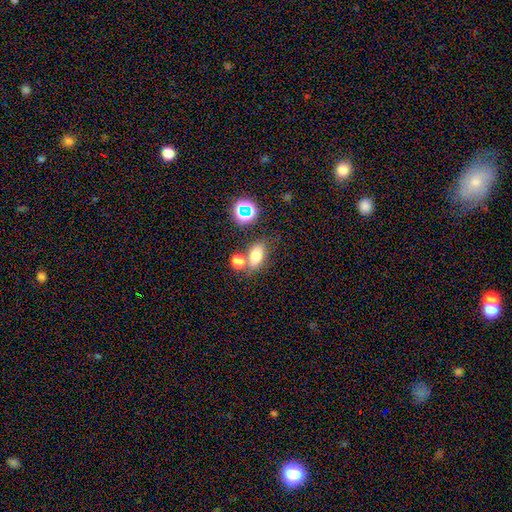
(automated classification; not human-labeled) Smooth or featured?
  - smooth: 74% *
  - star or artifact: 15%
  - featured or disk: 11%
How rounded?
  - in between: 78% *
  - round: 16%
  - cigar-shaped: 6%
Merging?
  - none: 61% *
  - merger: 22%
  - minor disturbance: 12%
  - major disturbance: 5%